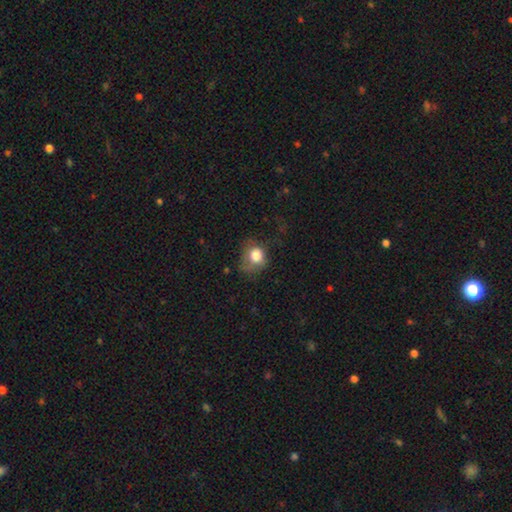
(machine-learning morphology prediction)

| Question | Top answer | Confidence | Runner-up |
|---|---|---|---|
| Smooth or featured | smooth | 79% | featured or disk (12%) |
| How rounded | round | 67% | in between (32%) |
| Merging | none | 42% | minor disturbance (30%) |